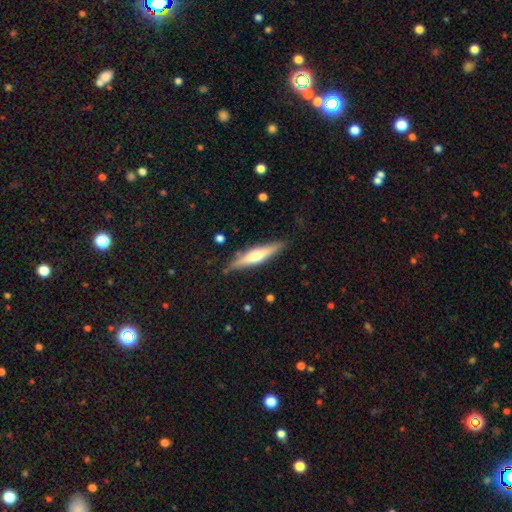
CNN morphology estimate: A featured or disk galaxy (57%) viewed edge-on (94%) with a rounded central bulge (86%). Merging: none (84%).